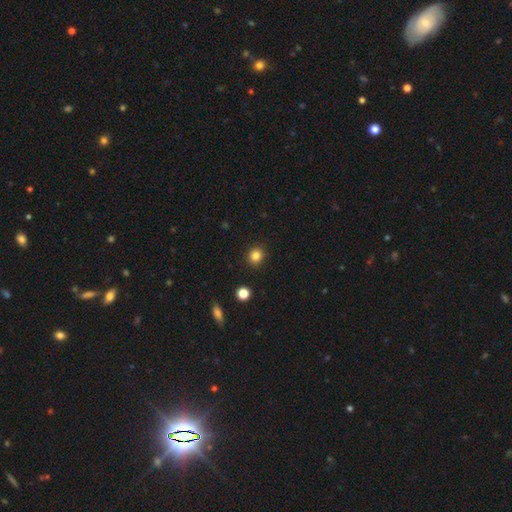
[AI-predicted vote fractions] This appears to be a smooth galaxy with no disk features (84%) that is round (86%). Merging: none (91%).